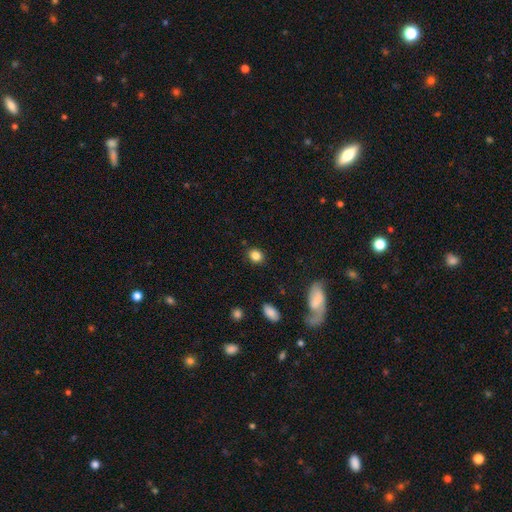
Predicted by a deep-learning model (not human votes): smooth-or-featured: smooth: 85% | star or artifact: 10% | featured or disk: 5%
  how-rounded: round: 60% | in between: 39% | cigar-shaped: 1%
  merging: none: 88% | minor disturbance: 9% | major disturbance: 2% | merger: 1%